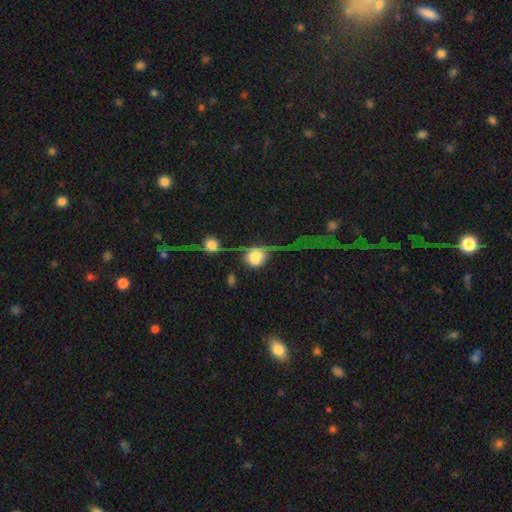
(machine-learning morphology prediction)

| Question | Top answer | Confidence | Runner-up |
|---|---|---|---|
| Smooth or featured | smooth | 61% | featured or disk (29%) |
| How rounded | round | 71% | in between (26%) |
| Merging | major disturbance | 36% | none (27%) |